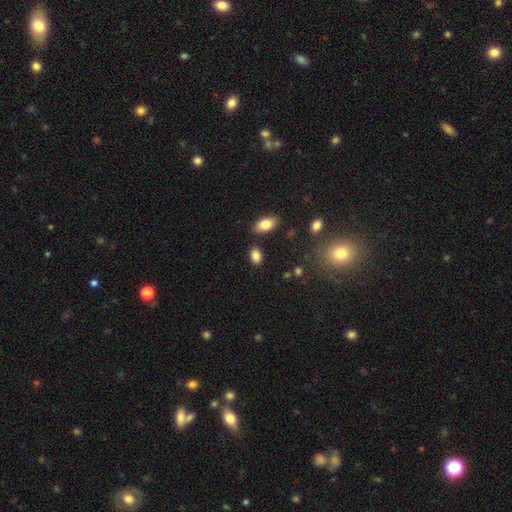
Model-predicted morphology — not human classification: Smooth or featured?
  - smooth: 86% *
  - star or artifact: 9%
  - featured or disk: 5%
How rounded?
  - in between: 86% *
  - round: 12%
  - cigar-shaped: 2%
Merging?
  - none: 80% *
  - minor disturbance: 11%
  - merger: 5%
  - major disturbance: 3%